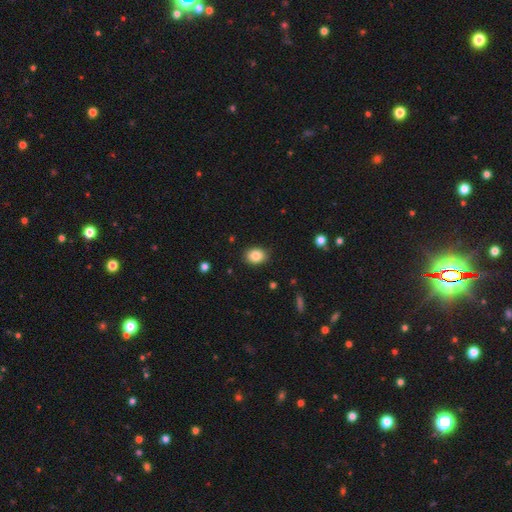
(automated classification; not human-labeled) smooth_or_featured: smooth (p=0.85) [alt: star or artifact p=0.09]
how_rounded: in between (p=0.61) [alt: round p=0.38]
merging: none (p=0.86) [alt: minor disturbance p=0.11]